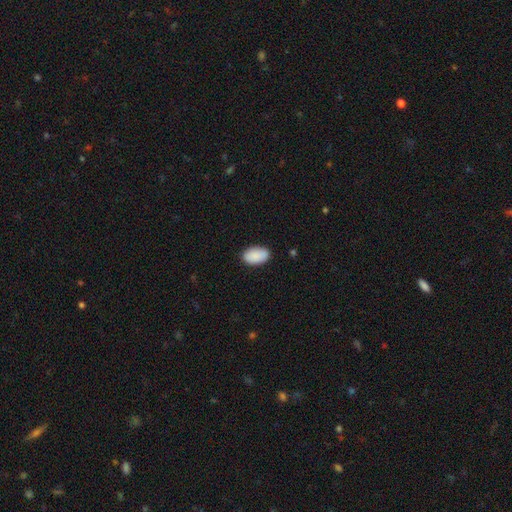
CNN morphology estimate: type=smooth (90%); roundness=in between (94%); merging=none (86%).